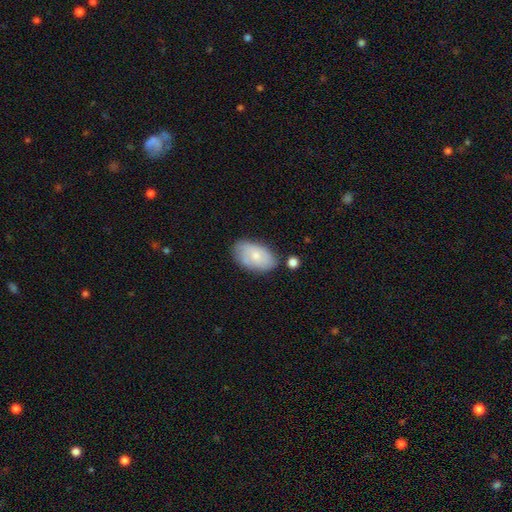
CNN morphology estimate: Smooth or featured?
  - smooth: 63% *
  - featured or disk: 31%
  - star or artifact: 6%
How rounded?
  - in between: 93% *
  - round: 5%
  - cigar-shaped: 2%
Merging?
  - none: 67% *
  - minor disturbance: 21%
  - merger: 7%
  - major disturbance: 5%